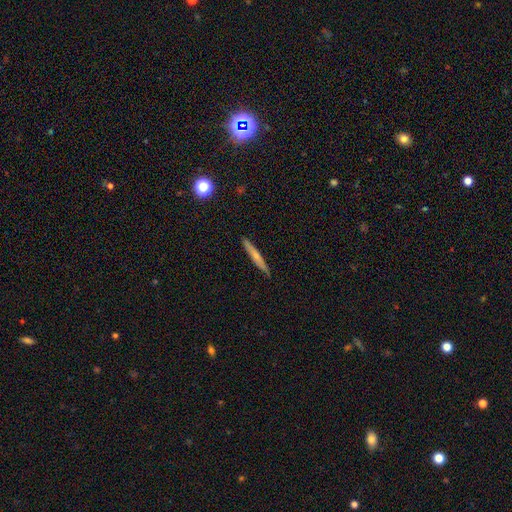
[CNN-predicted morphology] Overall: smooth (53%; featured or disk 40%). How rounded: cigar-shaped (94%). Merging: none (89%).